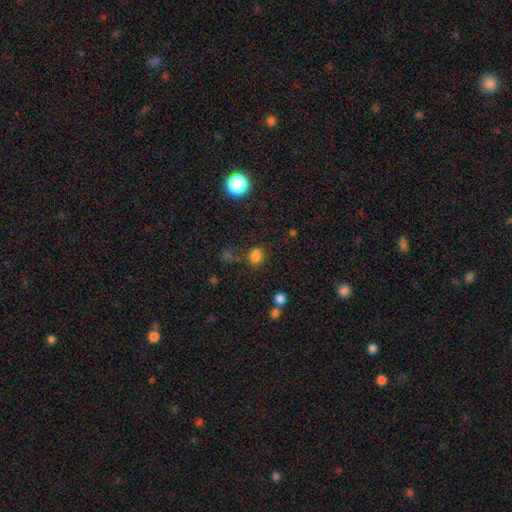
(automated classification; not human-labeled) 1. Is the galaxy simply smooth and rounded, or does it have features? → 76% smooth, 19% star or artifact, 5% featured or disk.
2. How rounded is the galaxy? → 50% in between, 48% round, 1% cigar-shaped.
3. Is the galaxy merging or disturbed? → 70% none, 16% minor disturbance, 7% merger, 7% major disturbance.